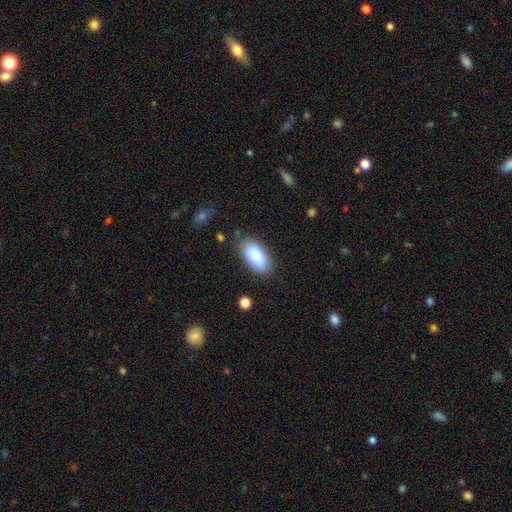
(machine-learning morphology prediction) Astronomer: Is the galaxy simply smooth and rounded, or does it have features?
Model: smooth — 83%.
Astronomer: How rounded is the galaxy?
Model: in between — 93%.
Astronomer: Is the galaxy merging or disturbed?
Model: none — 79%.